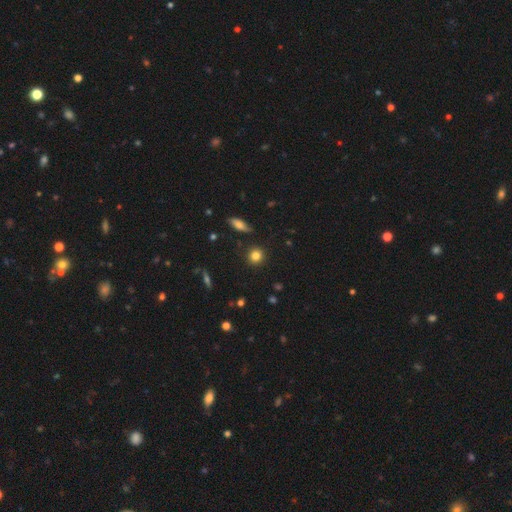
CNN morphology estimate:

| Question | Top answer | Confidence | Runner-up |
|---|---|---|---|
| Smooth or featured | smooth | 83% | star or artifact (11%) |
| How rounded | round | 89% | in between (9%) |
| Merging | none | 89% | minor disturbance (7%) |